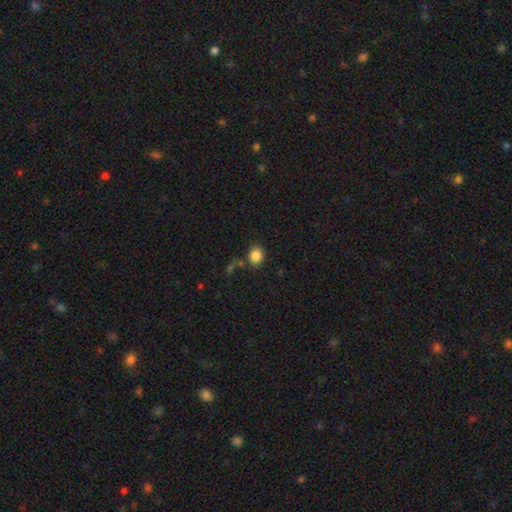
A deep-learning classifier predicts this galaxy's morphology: Smooth or featured? smooth (85%)
How rounded? round (65%)
Merging? none (78%)